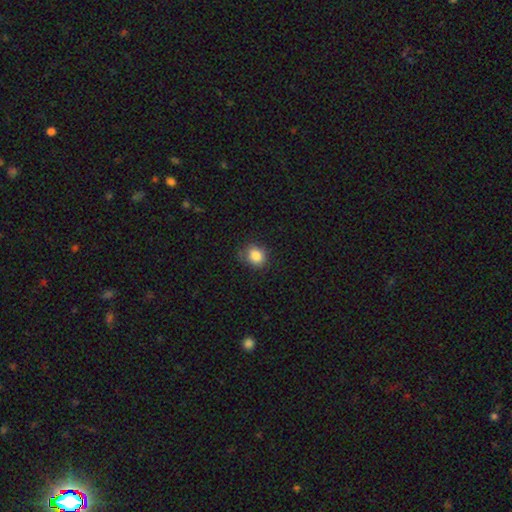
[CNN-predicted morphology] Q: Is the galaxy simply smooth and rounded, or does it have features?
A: smooth — 85%.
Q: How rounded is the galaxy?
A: round — 67%.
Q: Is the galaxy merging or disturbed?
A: none — 75%.